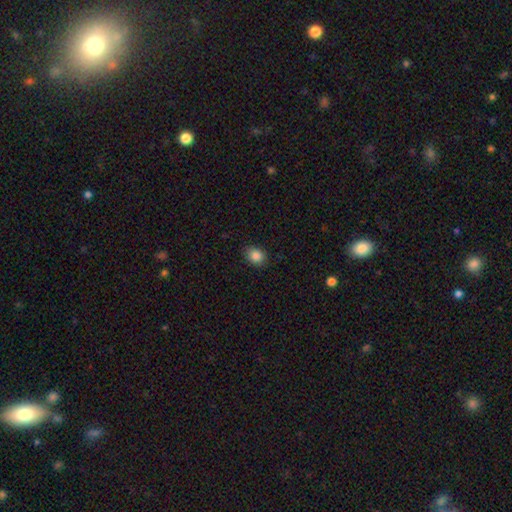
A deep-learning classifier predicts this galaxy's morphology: smooth_or_featured: smooth (p=0.86) [alt: star or artifact p=0.09]
how_rounded: in between (p=0.54) [alt: round p=0.45]
merging: none (p=0.87) [alt: minor disturbance p=0.10]